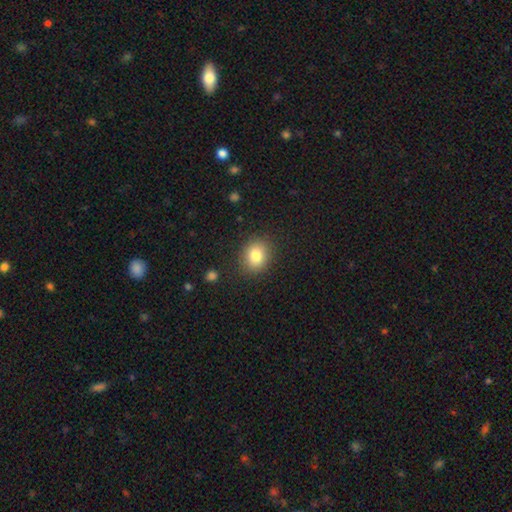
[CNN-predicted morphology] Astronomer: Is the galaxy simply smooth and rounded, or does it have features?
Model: smooth — 82%.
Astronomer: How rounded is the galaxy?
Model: round — 66%.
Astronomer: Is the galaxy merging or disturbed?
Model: none — 87%.